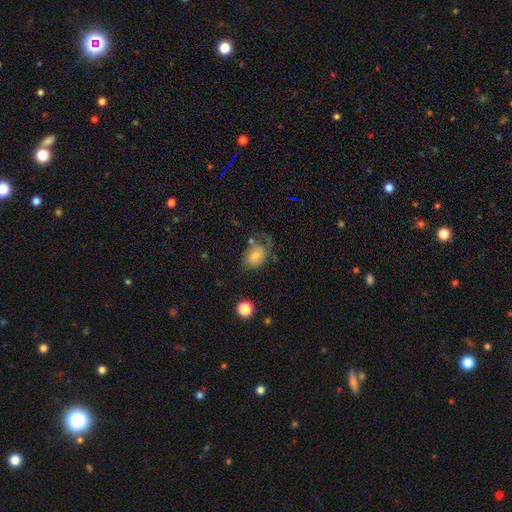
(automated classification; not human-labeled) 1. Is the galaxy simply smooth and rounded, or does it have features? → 75% smooth, 15% featured or disk, 10% star or artifact.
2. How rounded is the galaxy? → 61% in between, 38% round, 1% cigar-shaped.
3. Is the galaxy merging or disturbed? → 45% none, 27% minor disturbance, 20% major disturbance, 8% merger.